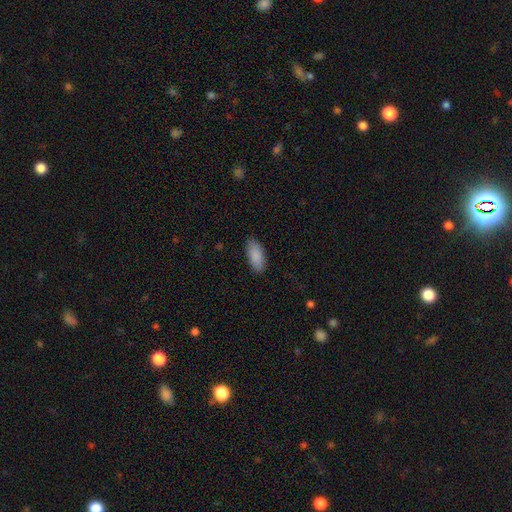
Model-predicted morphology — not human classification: The model was most divided on "merging": none: 87%, minor disturbance: 10%, major disturbance: 2%, merger: 1%. More confident: smooth or featured — smooth (90%); how rounded — in between (89%).